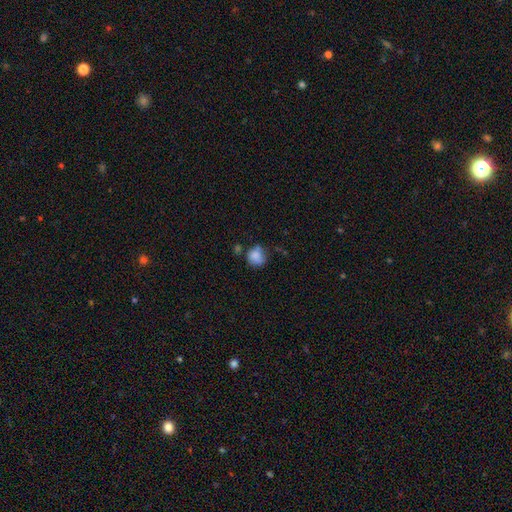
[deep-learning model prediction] Smooth or featured? Predicted: smooth (p=0.80). How rounded? Predicted: round (p=0.80). Merging? Predicted: none (p=0.55).